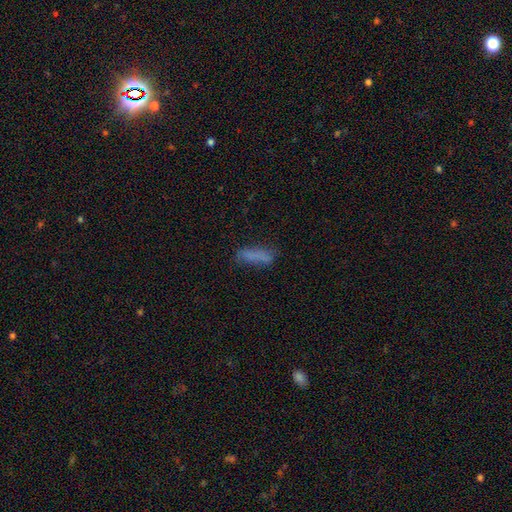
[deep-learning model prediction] The model was most divided on "how rounded": cigar-shaped: 58%, in between: 40%, round: 2%. More confident: smooth or featured — smooth (76%); merging — none (62%).